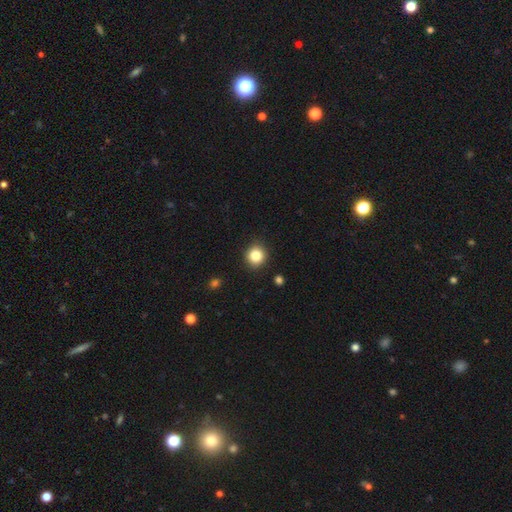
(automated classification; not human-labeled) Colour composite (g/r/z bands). It shows a smooth galaxy with no disk features (84%) that is round (91%). Merging: none (91%).